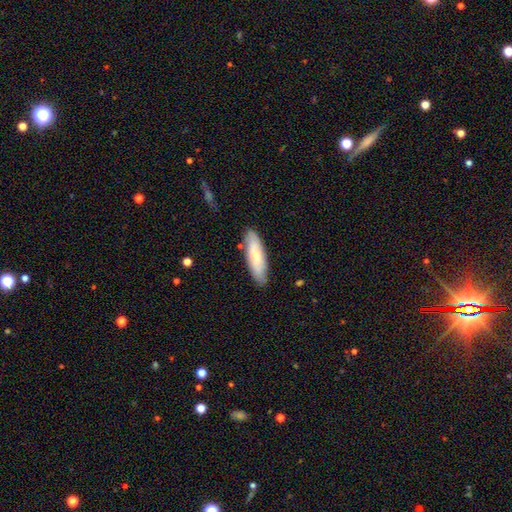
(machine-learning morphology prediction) smooth_or_featured: smooth (p=0.66) [alt: featured or disk p=0.28]
how_rounded: cigar-shaped (p=0.53) [alt: in between p=0.46]
merging: none (p=0.85) [alt: minor disturbance p=0.12]